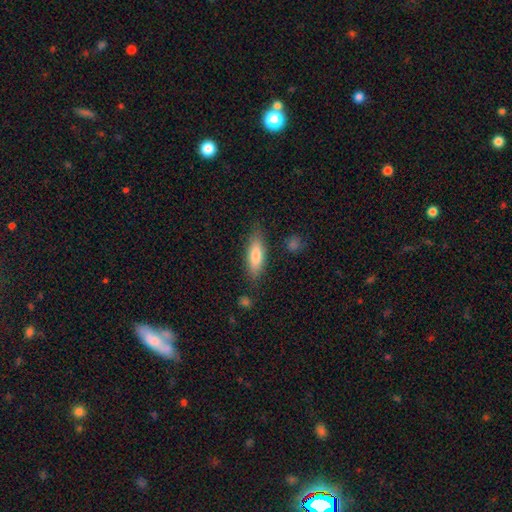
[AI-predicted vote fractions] Smooth or featured? smooth (75%)
How rounded? in between (51%)
Merging? none (82%)